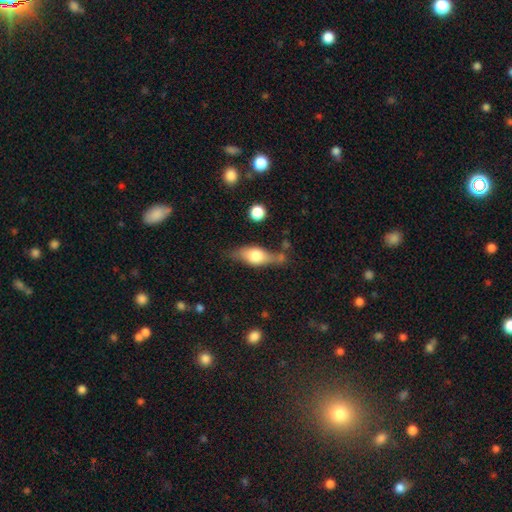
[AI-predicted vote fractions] Overall: smooth (54%; featured or disk 39%). How rounded: in between (72%). Merging: none (54%; minor disturbance 27%).